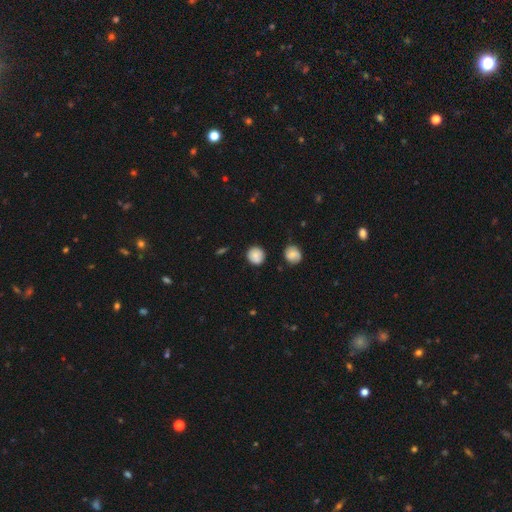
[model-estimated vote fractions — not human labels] smooth 84%, star or artifact 9%, featured or disk 7%. Down the decision tree: how rounded — round (91%); merging — none (85%).